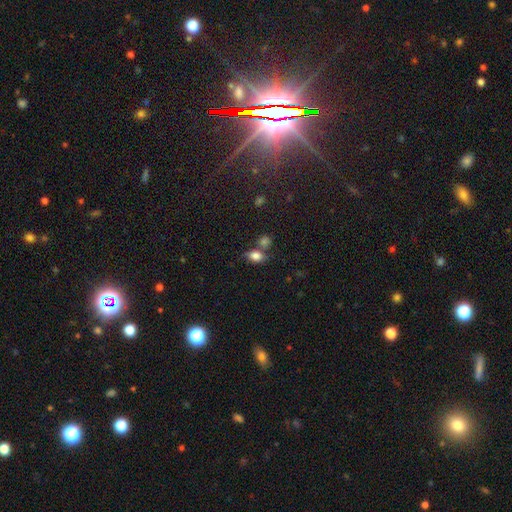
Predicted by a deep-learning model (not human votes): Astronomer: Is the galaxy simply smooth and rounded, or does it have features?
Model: smooth — 80%.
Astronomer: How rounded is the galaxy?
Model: in between — 71%.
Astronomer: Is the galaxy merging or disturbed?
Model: none — 50% (runner-up: merger, 27%).